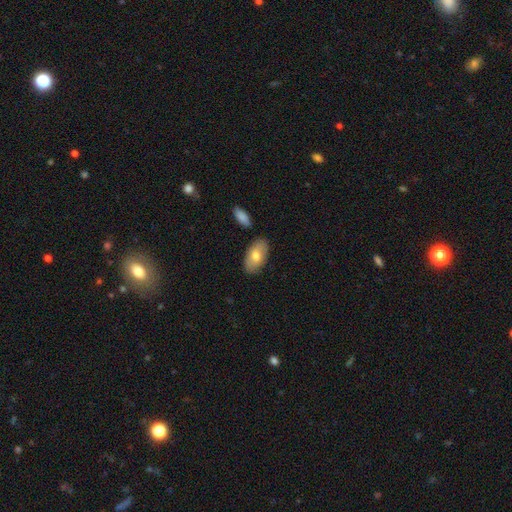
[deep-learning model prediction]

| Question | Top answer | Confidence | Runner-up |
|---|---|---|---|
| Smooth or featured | smooth | 74% | featured or disk (20%) |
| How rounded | in between | 94% | round (3%) |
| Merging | none | 82% | minor disturbance (11%) |